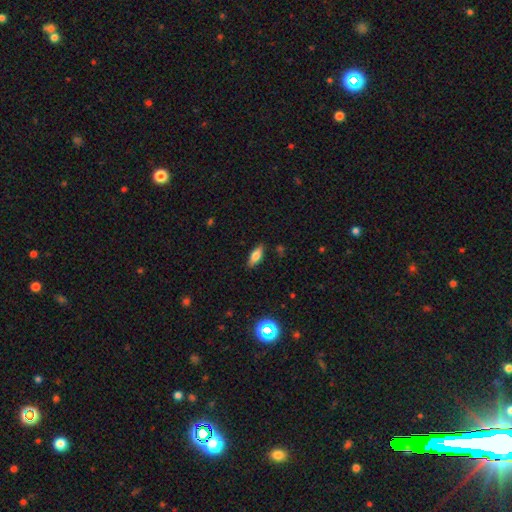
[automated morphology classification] smooth-or-featured: smooth: 70% | featured or disk: 21% | star or artifact: 9%
  how-rounded: in between: 74% | cigar-shaped: 23% | round: 3%
  merging: none: 86% | minor disturbance: 10% | major disturbance: 2% | merger: 1%